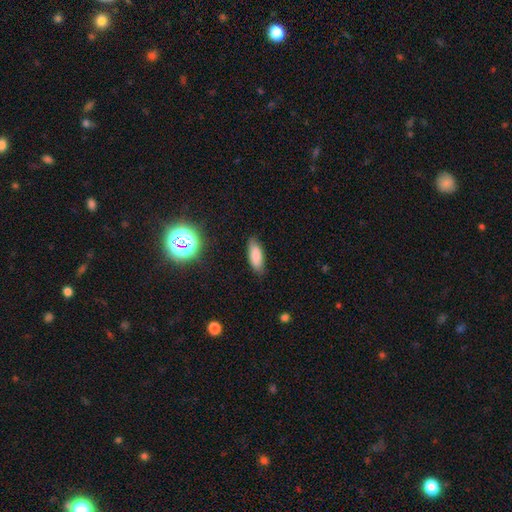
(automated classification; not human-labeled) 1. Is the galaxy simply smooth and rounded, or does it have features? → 83% smooth, 10% star or artifact, 8% featured or disk.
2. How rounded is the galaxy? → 72% in between, 25% cigar-shaped, 2% round.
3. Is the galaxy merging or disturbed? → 82% none, 14% minor disturbance, 3% major disturbance, 1% merger.